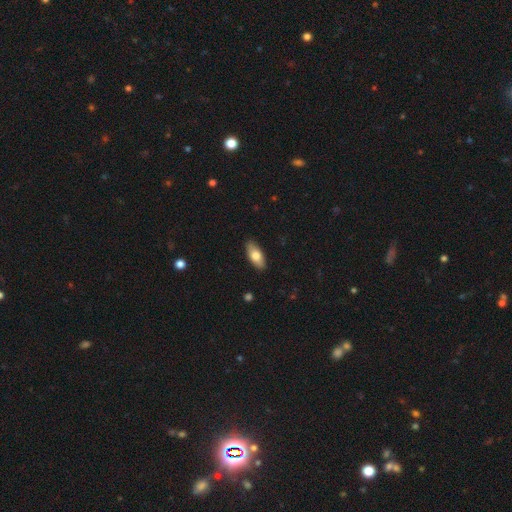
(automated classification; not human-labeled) Q: Smooth or featured?
A: smooth (74%); runner-up: featured or disk (20%)
Q: How rounded?
A: in between (85%); runner-up: cigar-shaped (12%)
Q: Merging?
A: none (89%); runner-up: minor disturbance (9%)